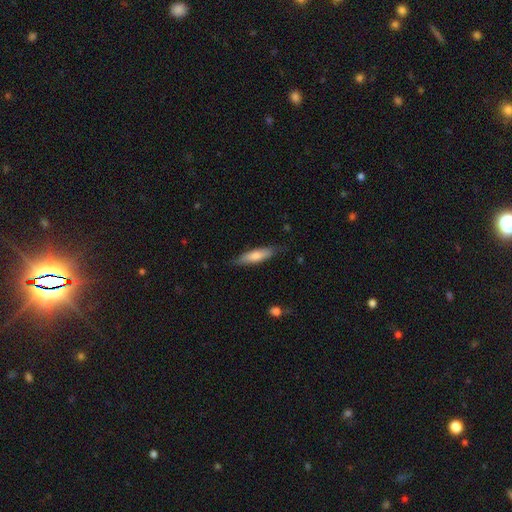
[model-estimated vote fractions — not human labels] smooth_or_featured: smooth (p=0.67) [alt: featured or disk p=0.27]
how_rounded: cigar-shaped (p=0.74) [alt: in between p=0.25]
merging: none (p=0.81) [alt: minor disturbance p=0.15]